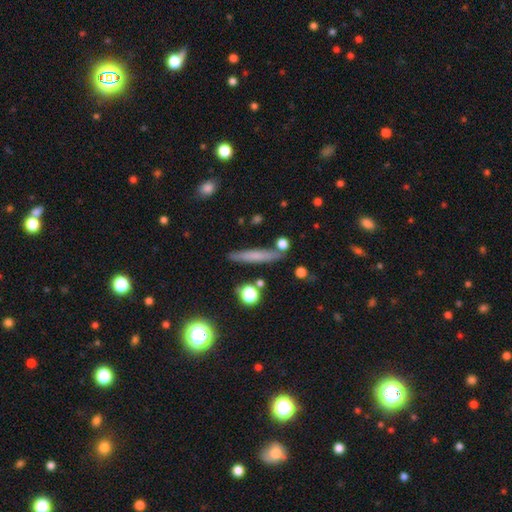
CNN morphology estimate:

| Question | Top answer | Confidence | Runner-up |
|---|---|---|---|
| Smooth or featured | smooth | 60% | featured or disk (29%) |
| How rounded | cigar-shaped | 90% | in between (6%) |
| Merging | none | 84% | minor disturbance (9%) |